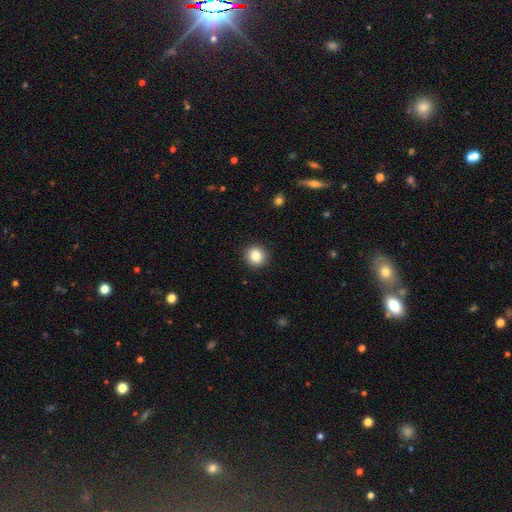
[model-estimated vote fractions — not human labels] Morphology: type=smooth (85%); roundness=round (92%); merging=none (92%).